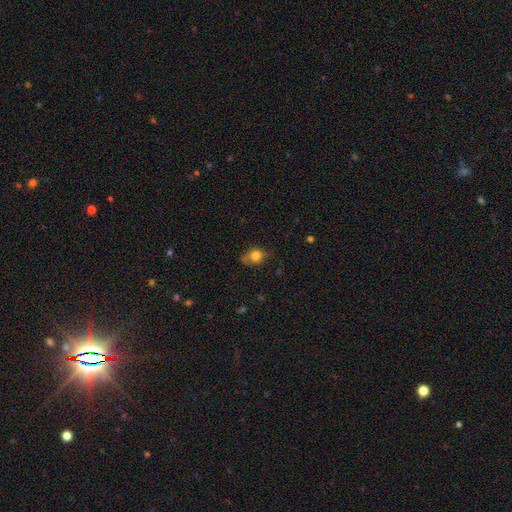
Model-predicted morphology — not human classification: smooth 78%, featured or disk 11%, star or artifact 11%. Down the decision tree: how rounded — round (60%); merging — none (52%).